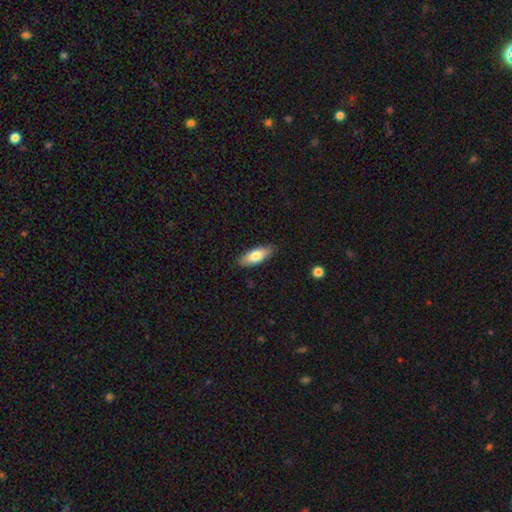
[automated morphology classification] type=smooth (75%); roundness=in between (70%); merging=none (87%).